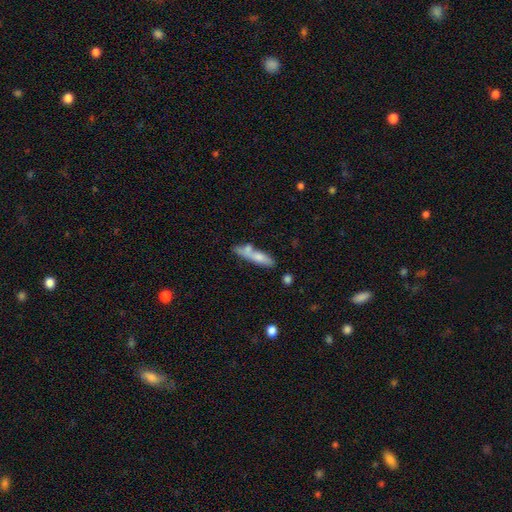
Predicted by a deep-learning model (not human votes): Smooth or featured? Predicted: smooth (p=0.63). How rounded? Predicted: cigar-shaped (p=0.82). Merging? Predicted: none (p=0.54).